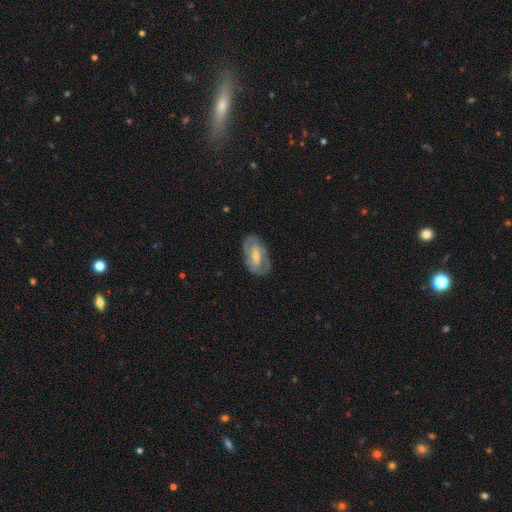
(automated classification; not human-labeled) This is likely a featured or disk galaxy (73%). It is clearly not viewed edge-on (94%). Bar: possibly weak (46%). Spiral arm pattern: clearly yes (85%). Spiral arm count: likely 2 (63%). Spiral winding: possibly tight (46%). Central bulge: possibly moderate (47%). Merging: likely none (78%).